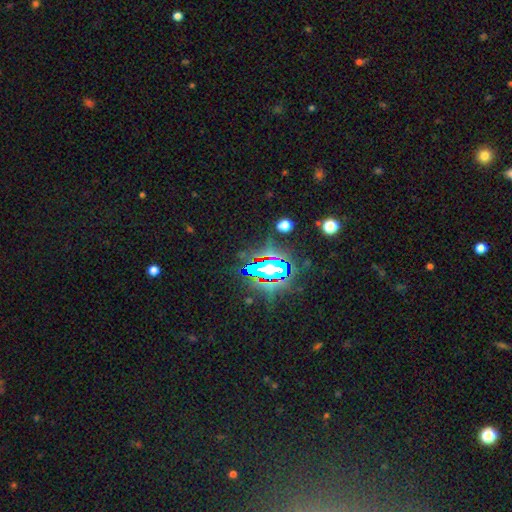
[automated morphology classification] smooth-or-featured: star or artifact: 79% | smooth: 12% | featured or disk: 9%